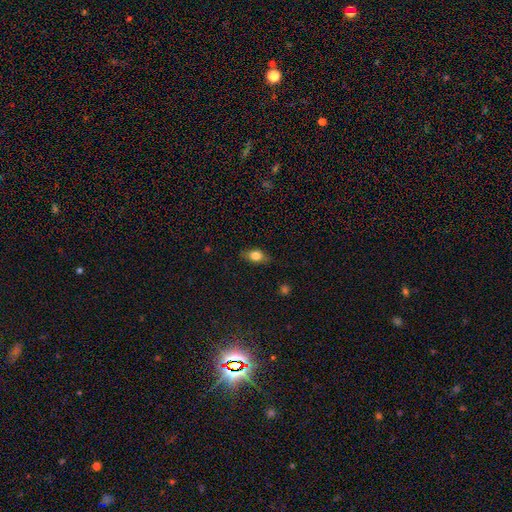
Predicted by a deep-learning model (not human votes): smooth 77%, featured or disk 14%, star or artifact 9%. Down the decision tree: how rounded — in between (79%); merging — none (81%).